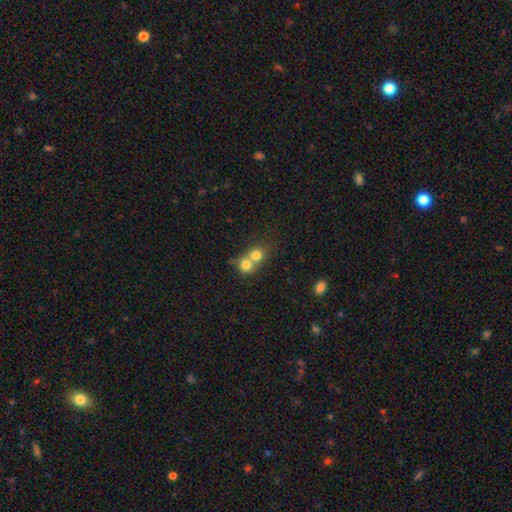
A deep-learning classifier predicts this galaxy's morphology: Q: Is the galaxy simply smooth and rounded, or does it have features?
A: smooth — 76%.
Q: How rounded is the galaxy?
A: round — 81%.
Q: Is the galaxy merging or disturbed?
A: merger — 67%.